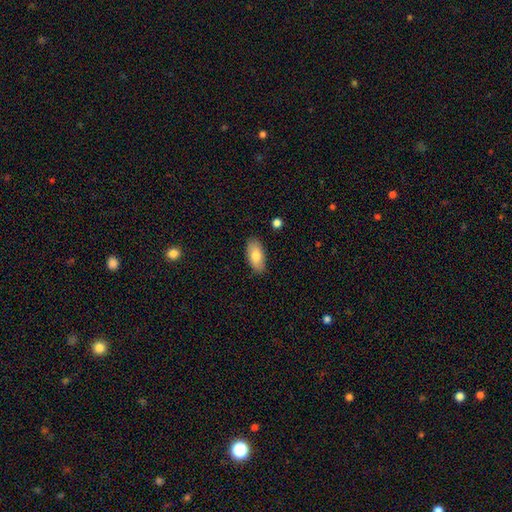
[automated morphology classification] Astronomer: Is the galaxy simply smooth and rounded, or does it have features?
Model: smooth — 79%.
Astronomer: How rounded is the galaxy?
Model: in between — 91%.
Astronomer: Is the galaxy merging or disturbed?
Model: none — 85%.